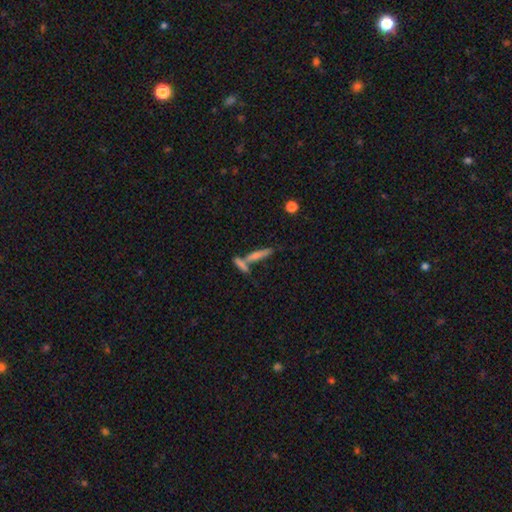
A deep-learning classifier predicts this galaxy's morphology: type=smooth (59%); roundness=cigar-shaped (82%); merging=none (52%).